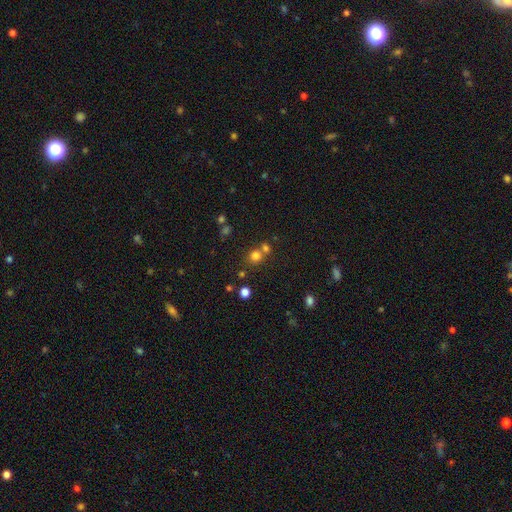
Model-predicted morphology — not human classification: type=smooth (75%); roundness=round (87%); merging=none (59%).